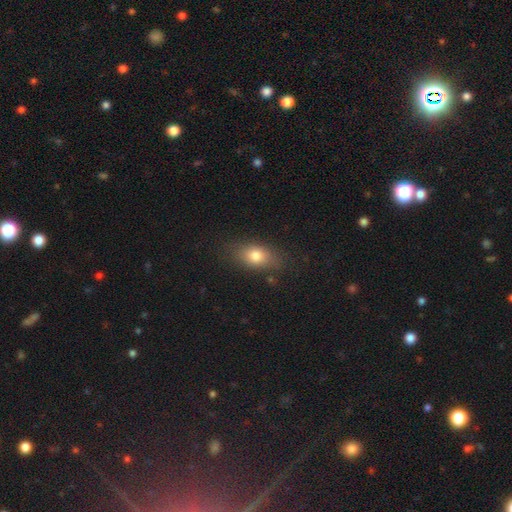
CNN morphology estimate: Overall: smooth (79%). How rounded: in between (80%). Merging: none (78%).